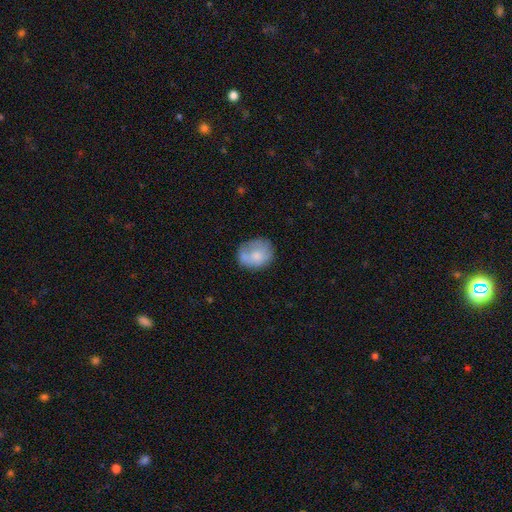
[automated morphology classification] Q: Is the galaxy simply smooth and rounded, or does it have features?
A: smooth — 67%.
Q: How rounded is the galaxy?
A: round — 54%.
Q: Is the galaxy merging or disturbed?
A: none — 54%.